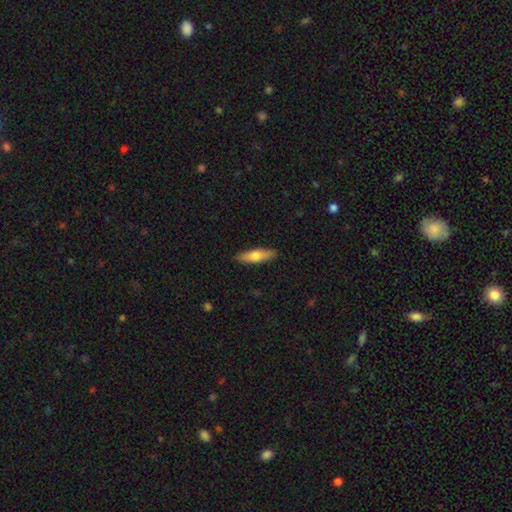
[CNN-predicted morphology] Overall: smooth (69%). How rounded: cigar-shaped (58%; in between 40%). Merging: none (89%).